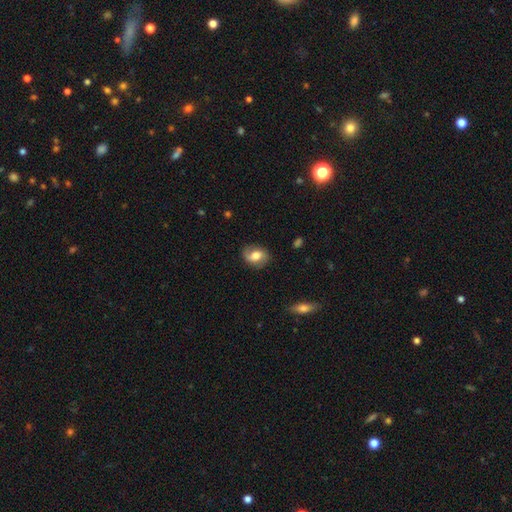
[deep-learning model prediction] smooth-or-featured: smooth: 48% | featured or disk: 43% | star or artifact: 8%
  merging: none: 76% | minor disturbance: 17% | major disturbance: 5% | merger: 1%